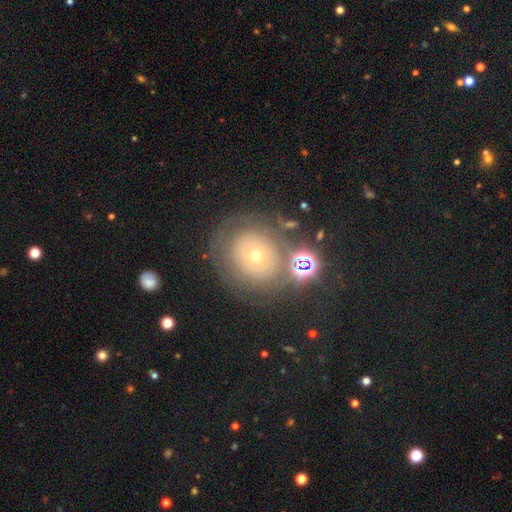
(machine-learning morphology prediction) Q: Smooth or featured?
A: featured or disk (45%); runner-up: smooth (39%)
Q: Merging?
A: none (72%); runner-up: minor disturbance (14%)